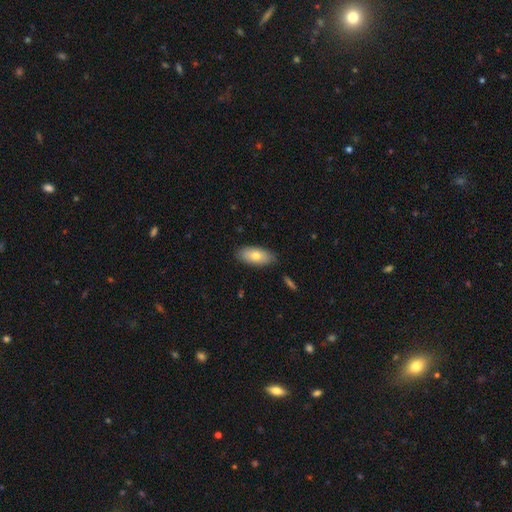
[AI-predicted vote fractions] This is likely a smooth galaxy (75%). How rounded: clearly in between (89%). Merging: clearly none (83%).